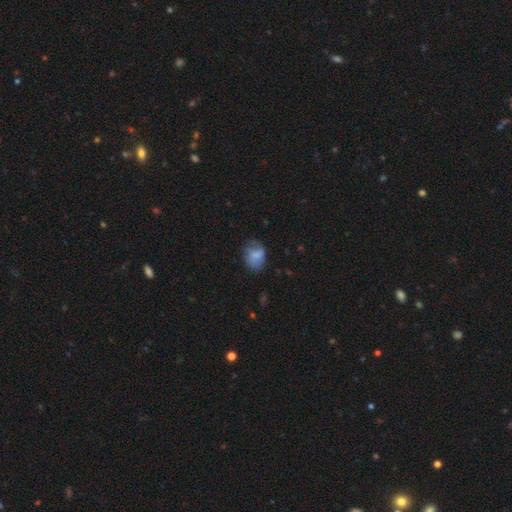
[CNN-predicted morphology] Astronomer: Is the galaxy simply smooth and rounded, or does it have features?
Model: smooth — 68%.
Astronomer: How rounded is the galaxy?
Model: in between — 65%.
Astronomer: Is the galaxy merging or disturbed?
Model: none — 55%.